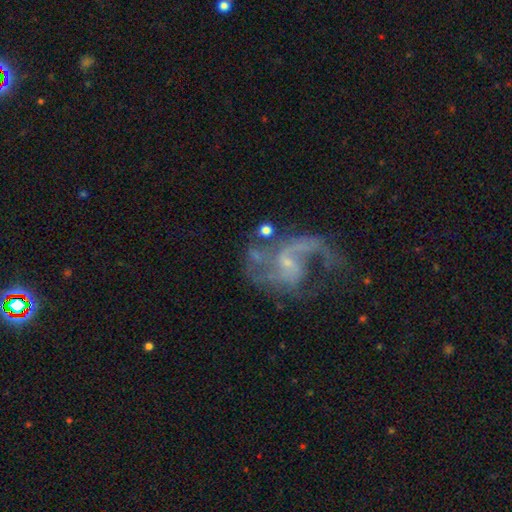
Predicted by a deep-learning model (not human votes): The model was most divided on "merging": major disturbance: 39%, none: 36%, minor disturbance: 17%, merger: 9%. Remaining: edge-on disk — no (98%); spiral arms — yes (89%); smooth or featured — featured or disk (82%); bulge size — small (72%); spiral winding — loose (58%); spiral arm count — 2 (56%); bar — no (48%).